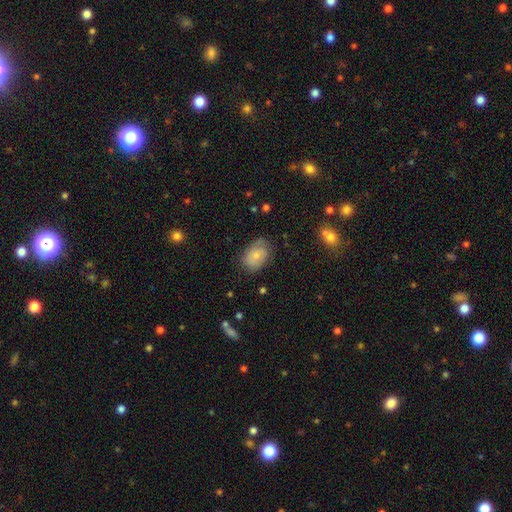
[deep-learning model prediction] This is likely a smooth galaxy (64%). How rounded: clearly in between (82%). Merging: likely none (67%).